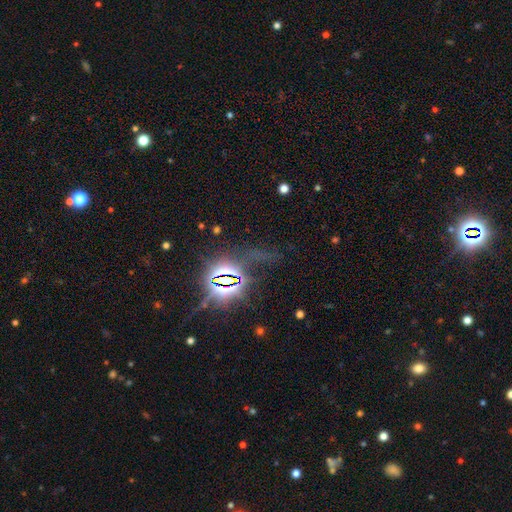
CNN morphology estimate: This is likely a star or artifact rather than a galaxy (79%).